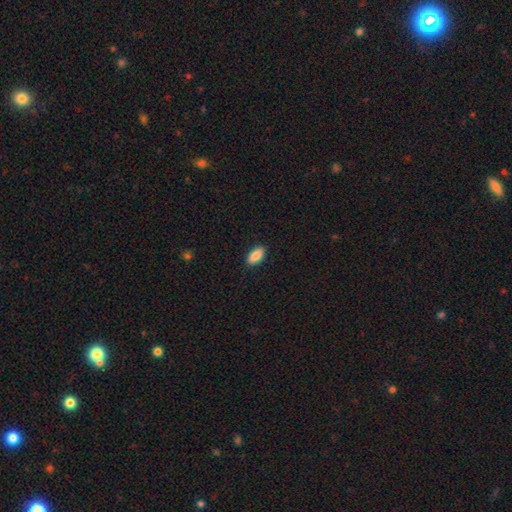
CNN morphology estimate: This is clearly a smooth galaxy (89%). How rounded: clearly in between (92%). Merging: clearly none (89%).